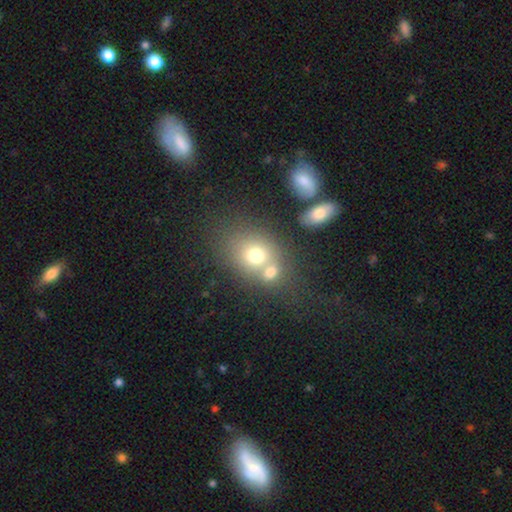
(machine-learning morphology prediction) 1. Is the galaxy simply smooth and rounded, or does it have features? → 70% smooth, 17% featured or disk, 14% star or artifact.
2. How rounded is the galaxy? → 57% round, 42% in between, 1% cigar-shaped.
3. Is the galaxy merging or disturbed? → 46% merger, 39% none, 10% minor disturbance, 5% major disturbance.